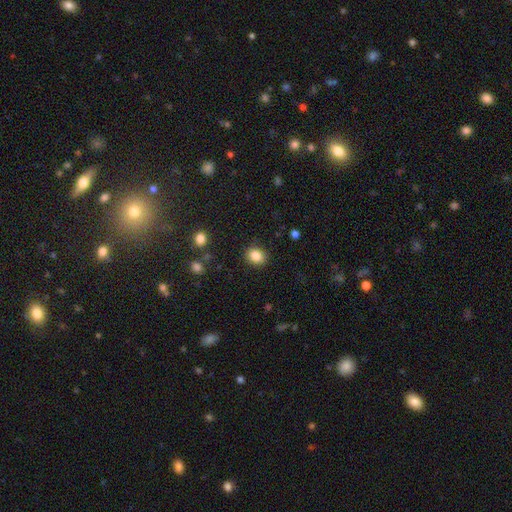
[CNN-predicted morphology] smooth 86%, star or artifact 10%, featured or disk 4%. Down the decision tree: how rounded — round (58%); merging — none (88%).